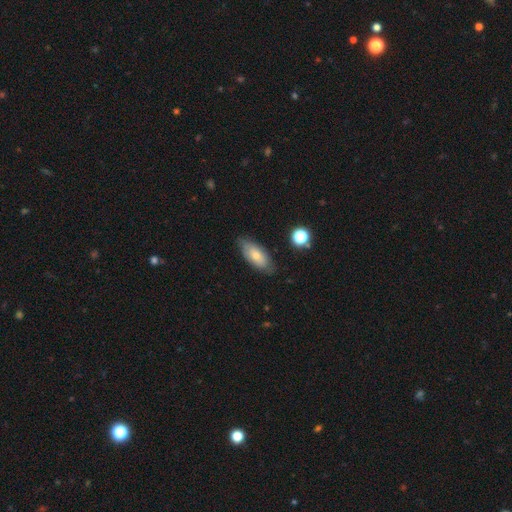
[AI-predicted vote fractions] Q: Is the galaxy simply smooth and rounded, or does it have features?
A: smooth — 59%.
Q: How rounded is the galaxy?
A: in between — 83%.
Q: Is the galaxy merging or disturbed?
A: none — 78%.